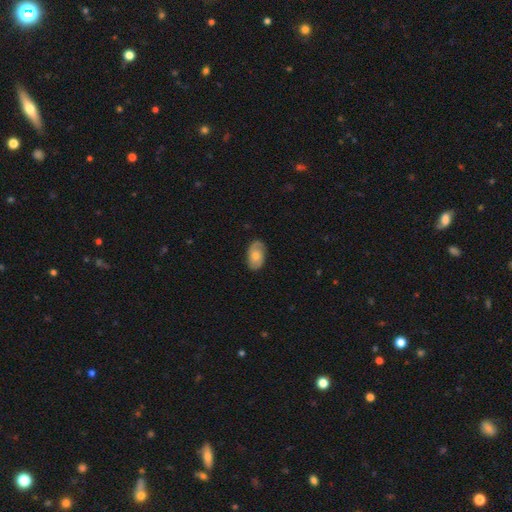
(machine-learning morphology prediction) Q: Smooth or featured?
A: smooth (47%); runner-up: featured or disk (46%)
Q: Merging?
A: none (78%); runner-up: minor disturbance (17%)